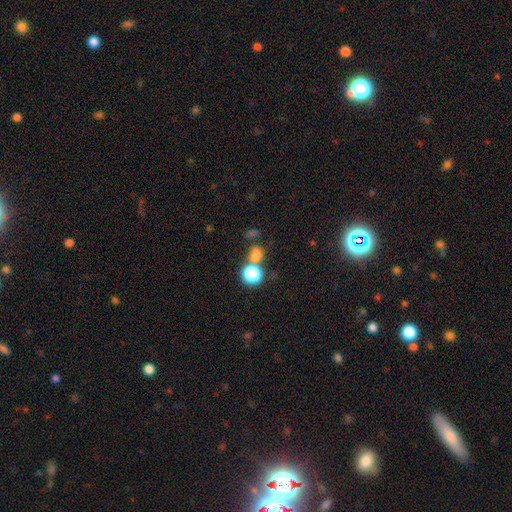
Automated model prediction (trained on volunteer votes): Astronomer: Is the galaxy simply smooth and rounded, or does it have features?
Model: smooth — 68%.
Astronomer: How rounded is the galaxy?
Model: round — 70%.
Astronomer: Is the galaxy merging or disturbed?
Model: none — 53% (runner-up: merger, 32%).